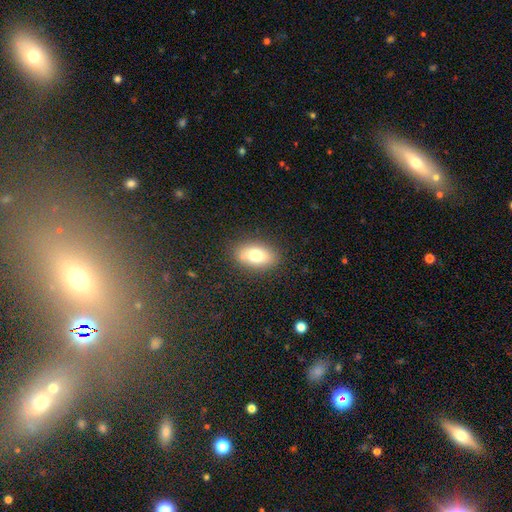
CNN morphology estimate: type=smooth (75%); roundness=in between (89%); merging=none (83%).